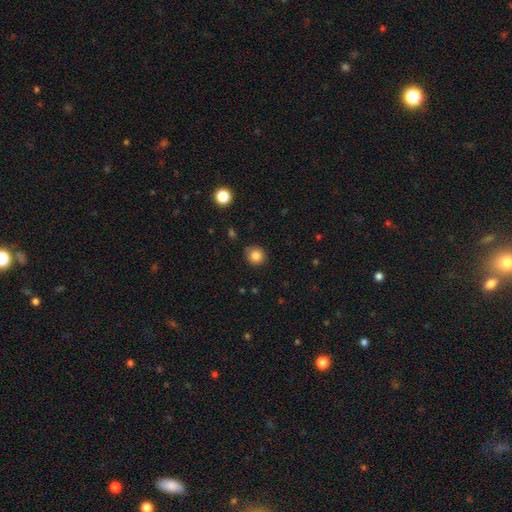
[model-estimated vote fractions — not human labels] Smooth or featured: smooth — 85% (star or artifact — 11%)
How rounded: round — 90% (in between — 9%)
Merging: none — 84% (minor disturbance — 12%)